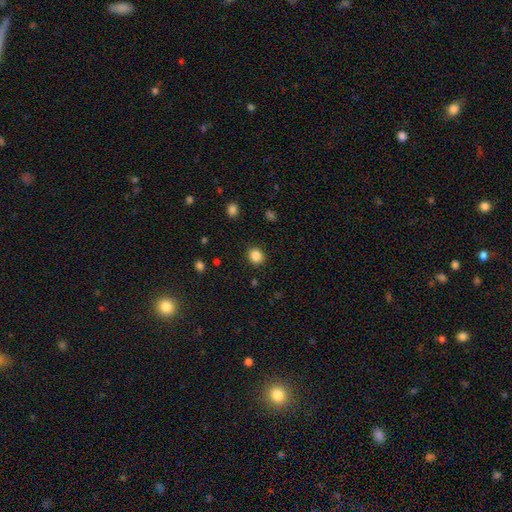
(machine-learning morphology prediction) Smooth or featured?
  - smooth: 85% *
  - star or artifact: 11%
  - featured or disk: 4%
How rounded?
  - round: 77% *
  - in between: 22%
  - cigar-shaped: 1%
Merging?
  - none: 89% *
  - minor disturbance: 7%
  - major disturbance: 2%
  - merger: 1%